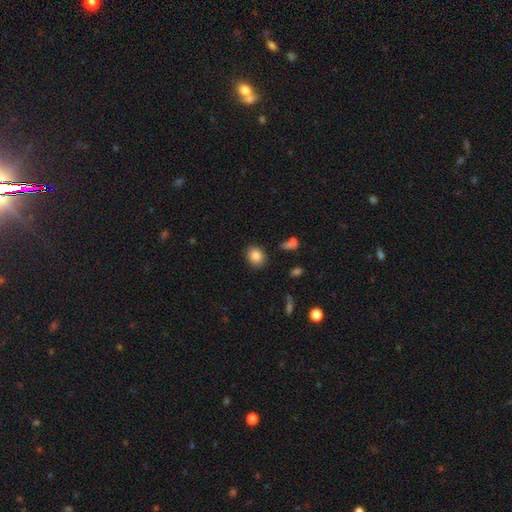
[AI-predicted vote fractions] This appears to be a smooth galaxy with no disk features (85%) that is round (66%). Merging: none (86%).